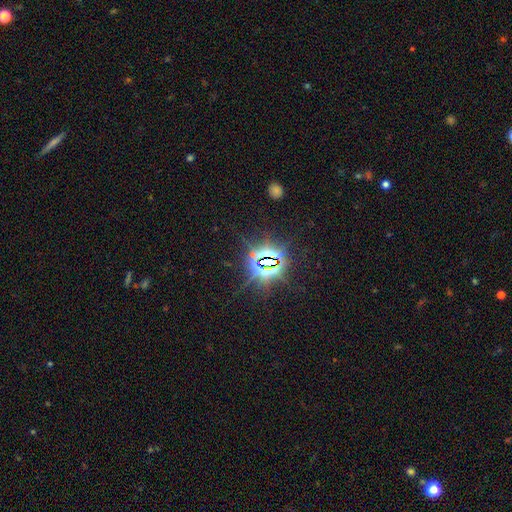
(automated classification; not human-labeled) Smooth or featured: star or artifact — 85% (featured or disk — 8%)